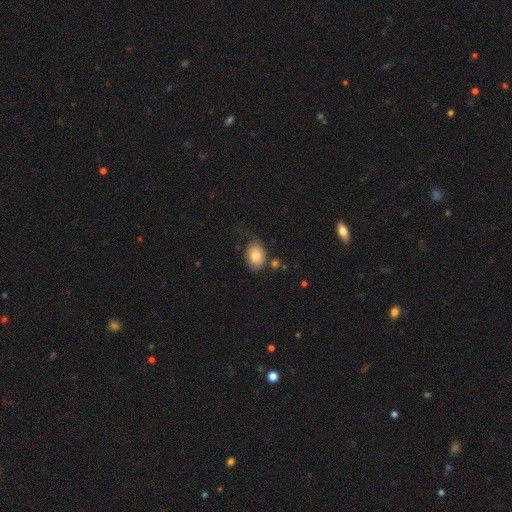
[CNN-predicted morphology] This appears to be a smooth galaxy with no disk features (79%) that is in between round and cigar-shaped (78%). Merging: none (54%).